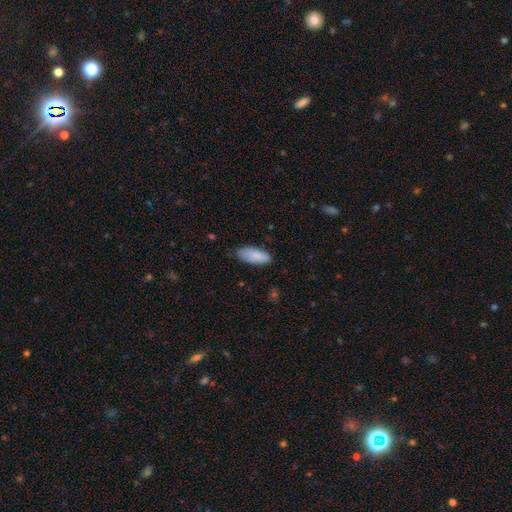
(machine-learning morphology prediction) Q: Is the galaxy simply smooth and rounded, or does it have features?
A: smooth — 88%.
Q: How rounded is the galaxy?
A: in between — 83%.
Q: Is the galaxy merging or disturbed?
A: none — 73%.